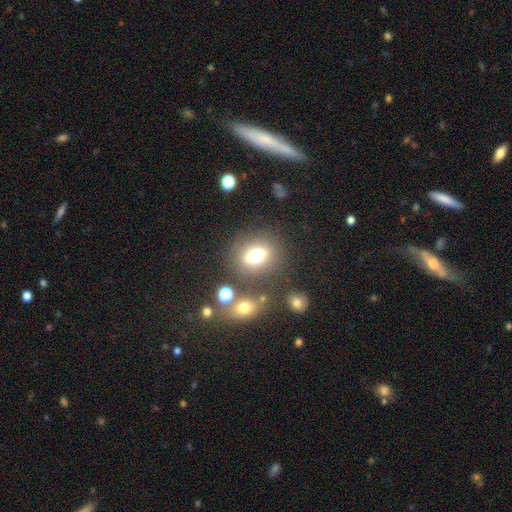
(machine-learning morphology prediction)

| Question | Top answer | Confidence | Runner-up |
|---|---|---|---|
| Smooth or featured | smooth | 64% | featured or disk (20%) |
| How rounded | in between | 60% | round (34%) |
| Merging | none | 71% | minor disturbance (12%) |